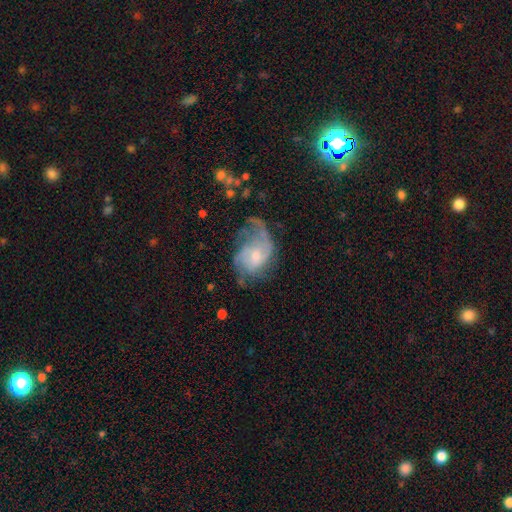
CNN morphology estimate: Smooth or featured?
  - featured or disk: 75% *
  - smooth: 17%
  - star or artifact: 8%
Edge-on disk?
  - no: 97% *
  - yes: 3%
Bar?
  - no: 61% *
  - weak: 33%
  - strong: 5%
Spiral arms?
  - yes: 88% *
  - no: 12%
Spiral winding?
  - medium: 39% *
  - loose: 38%
  - tight: 23%
Spiral arm count?
  - 2: 36% *
  - can't tell: 27%
  - 1: 18%
  - 3: 11%
  - 4: 4%
  - more than 4: 4%
Bulge size?
  - small: 56% *
  - moderate: 37%
  - none: 3%
  - large: 3%
  - dominant: 1%
Merging?
  - none: 38% *
  - major disturbance: 36%
  - minor disturbance: 23%
  - merger: 3%